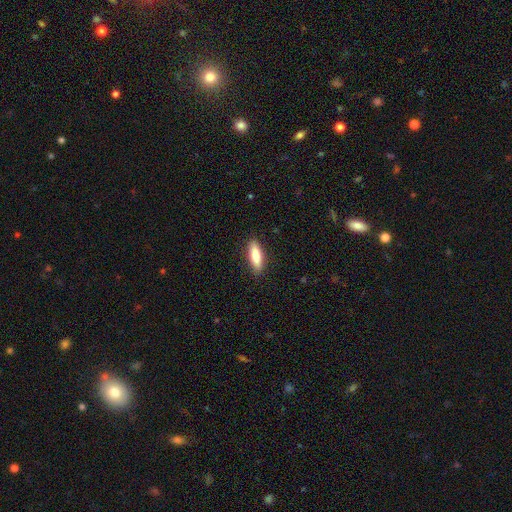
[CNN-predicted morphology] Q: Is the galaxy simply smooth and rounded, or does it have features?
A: smooth — 80%.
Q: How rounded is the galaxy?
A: in between — 51%.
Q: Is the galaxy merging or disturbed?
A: none — 88%.